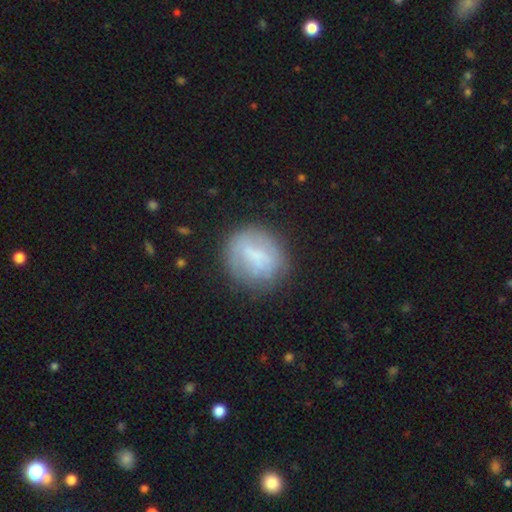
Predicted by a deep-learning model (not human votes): This is possibly a smooth galaxy (56%). How rounded: likely round (79%). Merging: likely none (69%).